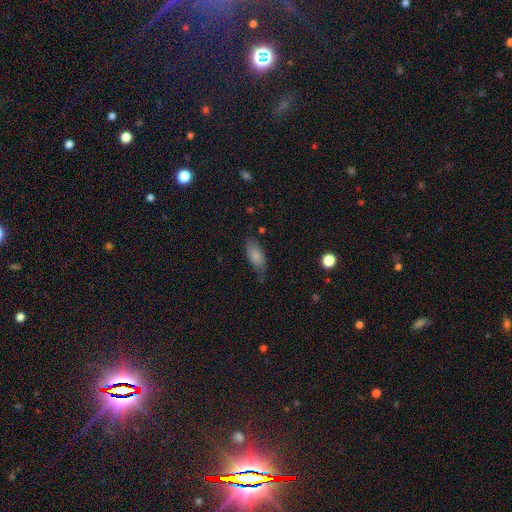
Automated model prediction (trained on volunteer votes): Smooth or featured? Predicted: smooth (p=0.80). How rounded? Predicted: in between (p=0.84). Merging? Predicted: none (p=0.55).